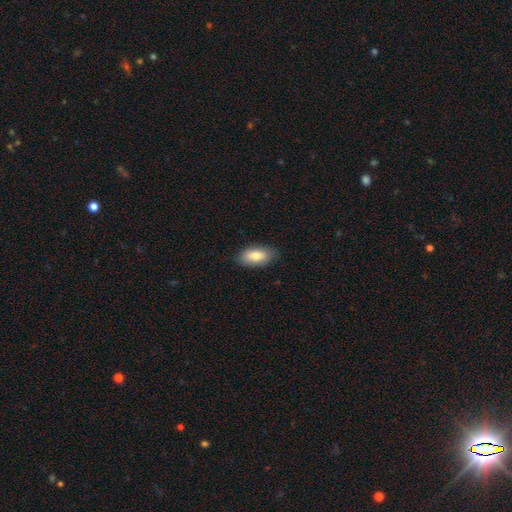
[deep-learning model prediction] The model was most divided on "smooth or featured": smooth: 77%, featured or disk: 16%, star or artifact: 6%. More confident: how rounded — in between (90%); merging — none (84%).